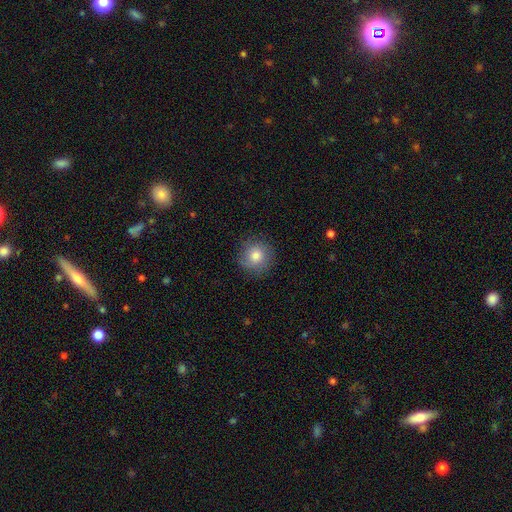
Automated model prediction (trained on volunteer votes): Morphology: type=smooth (78%); roundness=round (93%); merging=none (86%).